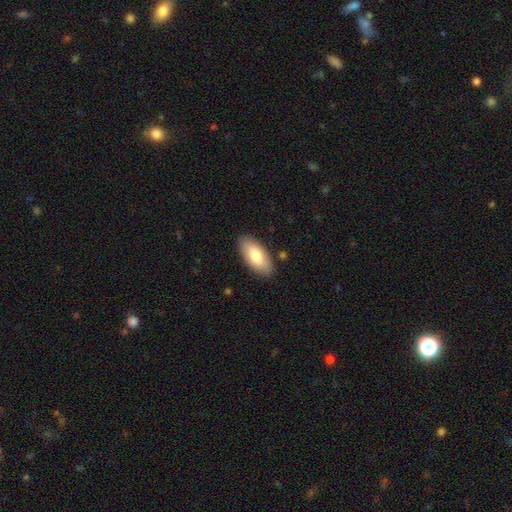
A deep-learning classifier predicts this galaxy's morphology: Q: Smooth or featured?
A: smooth (79%); runner-up: featured or disk (16%)
Q: How rounded?
A: in between (90%); runner-up: cigar-shaped (8%)
Q: Merging?
A: none (86%); runner-up: minor disturbance (10%)